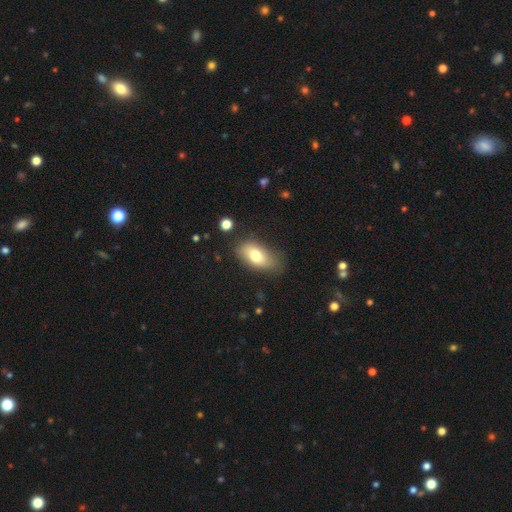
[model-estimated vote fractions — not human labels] A smooth galaxy with no disk features (74%) that is in between round and cigar-shaped (90%). Merging: none (71%).